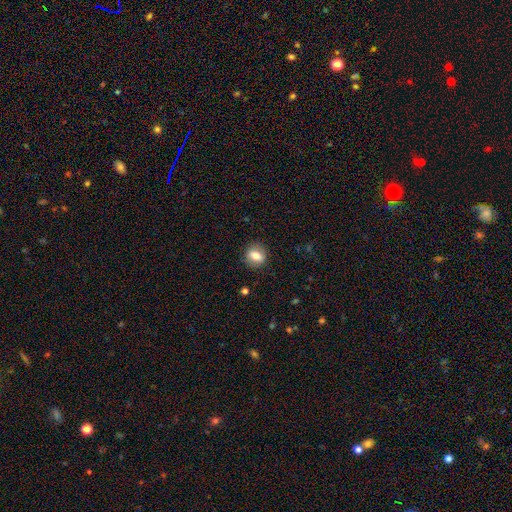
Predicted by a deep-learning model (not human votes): Smooth or featured? Predicted: smooth (p=0.71). How rounded? Predicted: round (p=0.59). Merging? Predicted: none (p=0.86).